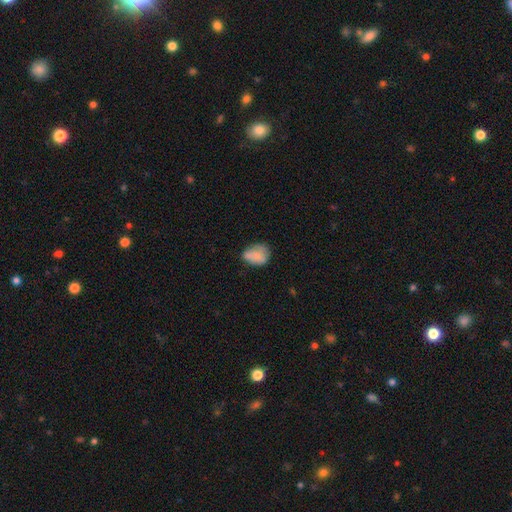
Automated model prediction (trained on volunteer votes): Smooth or featured?
  - smooth: 73% *
  - featured or disk: 18%
  - star or artifact: 9%
How rounded?
  - in between: 62% *
  - round: 36%
  - cigar-shaped: 1%
Merging?
  - none: 48% *
  - minor disturbance: 34%
  - major disturbance: 13%
  - merger: 5%